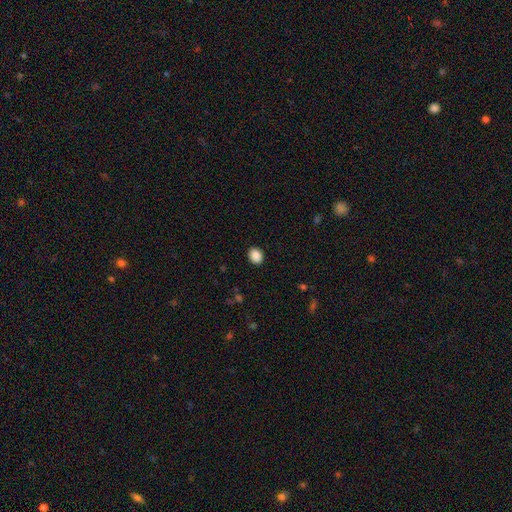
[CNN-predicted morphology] smooth_or_featured: smooth (p=0.89) [alt: star or artifact p=0.08]
how_rounded: round (p=0.50) [alt: in between p=0.49]
merging: none (p=0.90) [alt: minor disturbance p=0.07]